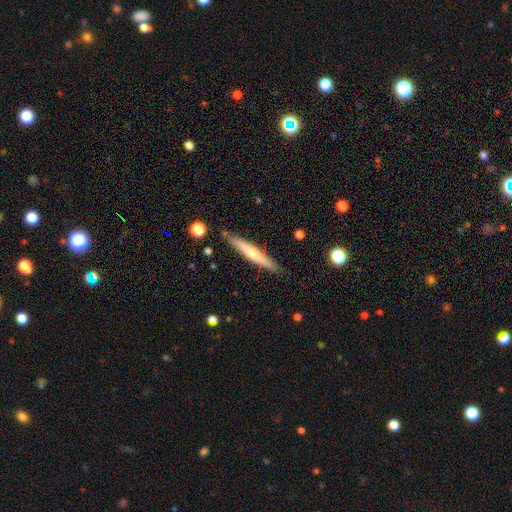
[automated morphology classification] Smooth or featured?
  - smooth: 51% *
  - featured or disk: 43%
  - star or artifact: 6%
How rounded?
  - cigar-shaped: 93% *
  - in between: 5%
  - round: 1%
Merging?
  - none: 86% *
  - minor disturbance: 10%
  - merger: 2%
  - major disturbance: 2%